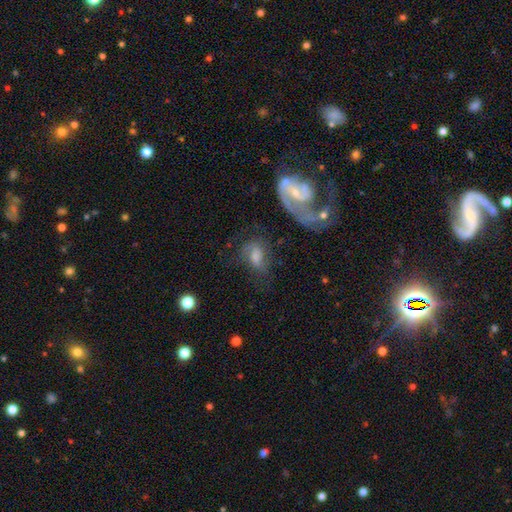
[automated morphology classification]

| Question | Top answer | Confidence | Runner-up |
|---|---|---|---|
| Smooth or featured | featured or disk | 58% | smooth (29%) |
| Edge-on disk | no | 95% | yes (5%) |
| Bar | weak | 46% | no (38%) |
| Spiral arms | yes | 84% | no (16%) |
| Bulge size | small | 38% | moderate (35%) |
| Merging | none | 43% | major disturbance (25%) |